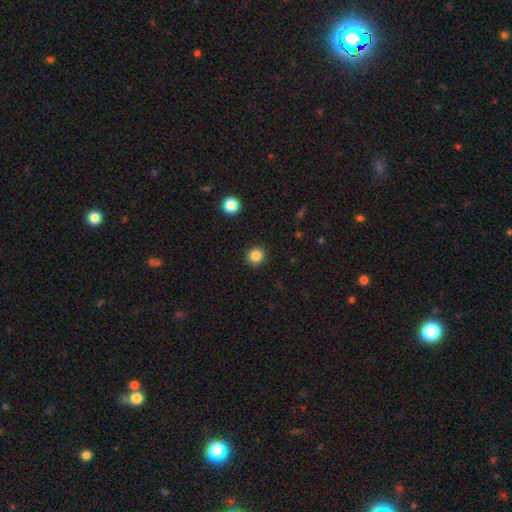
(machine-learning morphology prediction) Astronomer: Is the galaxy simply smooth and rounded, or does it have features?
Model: smooth — 84%.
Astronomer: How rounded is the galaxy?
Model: round — 94%.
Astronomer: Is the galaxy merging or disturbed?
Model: none — 92%.